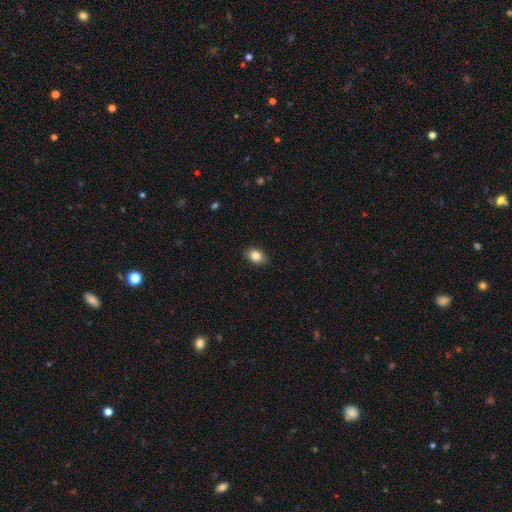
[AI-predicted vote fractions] This is clearly a smooth galaxy (85%). How rounded: likely in between (75%). Merging: clearly none (87%).